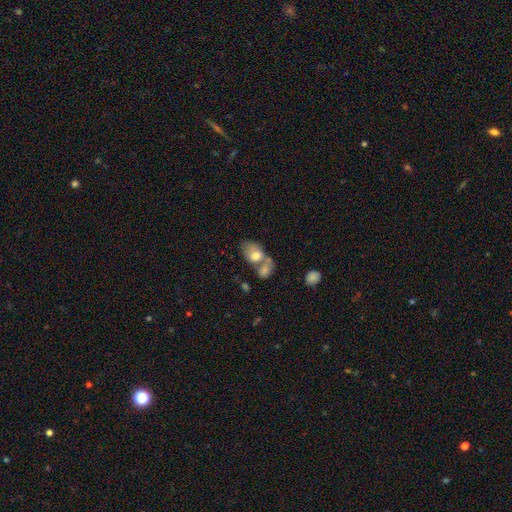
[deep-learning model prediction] smooth 70%, featured or disk 22%, star or artifact 8%. Down the decision tree: how rounded — in between (82%); merging — merger (62%).